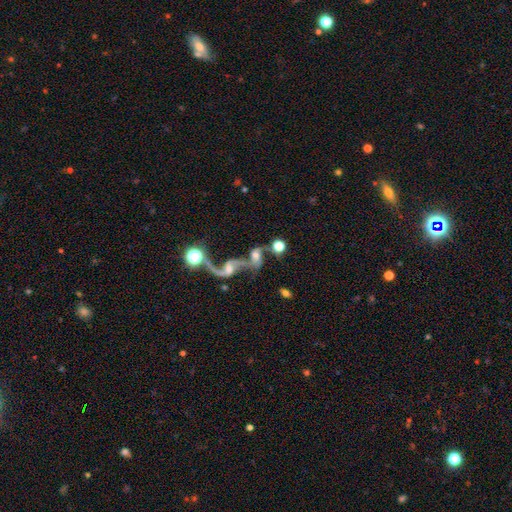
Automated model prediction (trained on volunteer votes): Smooth or featured? Predicted: featured or disk (p=0.59). Edge-on disk? Predicted: no (p=0.94). Bar? Predicted: no (p=0.58). Spiral arms? Predicted: yes (p=0.74). Bulge size? Predicted: moderate (p=0.37). Merging? Predicted: merger (p=0.58).